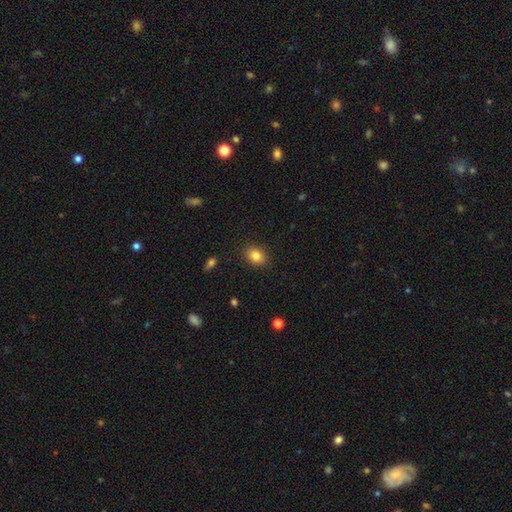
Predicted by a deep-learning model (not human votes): Smooth or featured: smooth — 83% (star or artifact — 10%)
How rounded: in between — 56% (round — 43%)
Merging: none — 89% (minor disturbance — 8%)